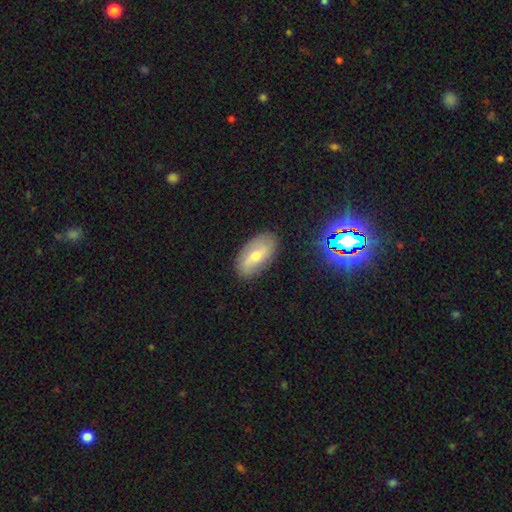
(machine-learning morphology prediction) This appears to be a featured or disk galaxy (44%). Merging: none (83%).